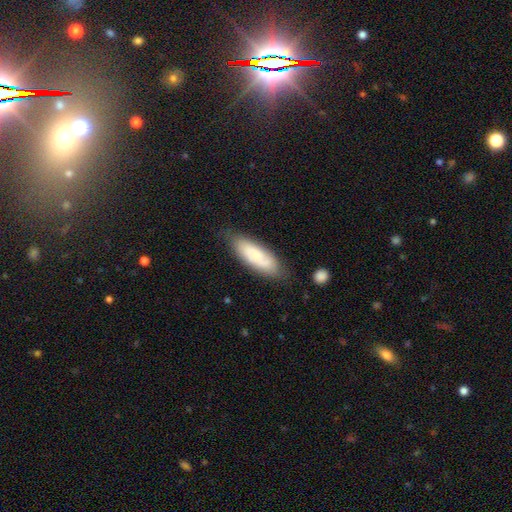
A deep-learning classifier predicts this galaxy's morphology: Q: Smooth or featured?
A: smooth (58%); runner-up: featured or disk (36%)
Q: How rounded?
A: in between (69%); runner-up: cigar-shaped (29%)
Q: Merging?
A: none (75%); runner-up: minor disturbance (19%)